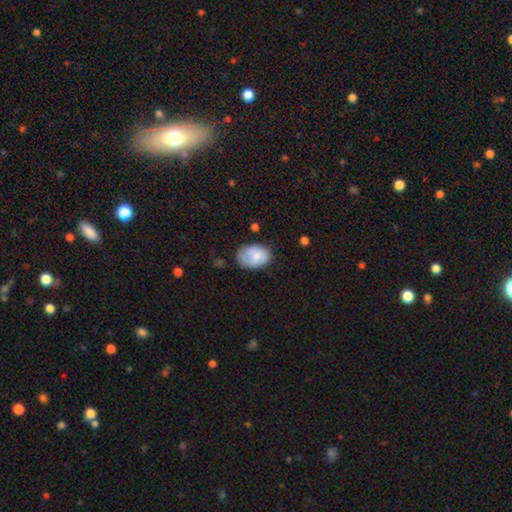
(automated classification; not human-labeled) The model was most divided on "merging": none: 60%, minor disturbance: 29%, major disturbance: 8%, merger: 3%. More confident: how rounded — in between (84%); smooth or featured — smooth (78%).